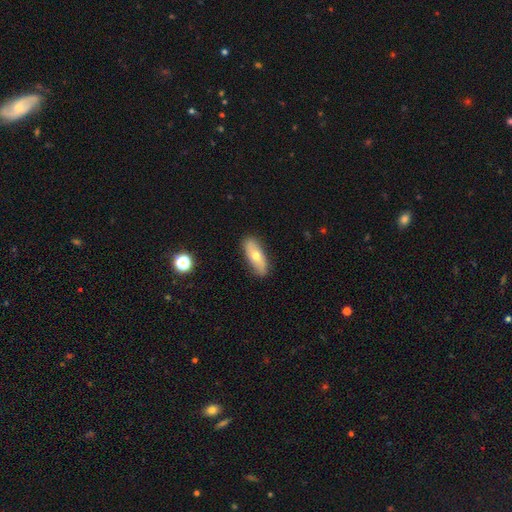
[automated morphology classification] Smooth or featured: smooth — 59% (featured or disk — 35%)
How rounded: in between — 71% (cigar-shaped — 25%)
Merging: none — 86% (minor disturbance — 11%)